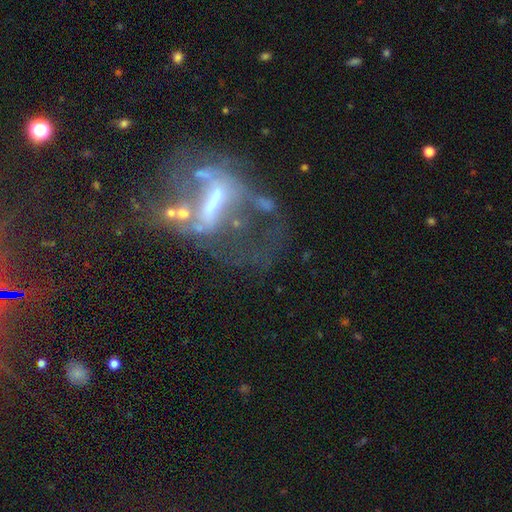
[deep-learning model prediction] A featured or disk galaxy (62%) with a strong bar (43%), no spiral arms (56%) and a small central bulge (34%).

Vote fractions:
- Smooth or featured? featured or disk: 62% / star or artifact: 26% / smooth: 12%
- Edge-on disk? no: 86% / yes: 14%
- Bar? strong: 43% / no: 29% / weak: 28%
- Spiral arms? no: 56% / yes: 44%
- Bulge size? small: 34% / moderate: 30% / none: 28% / large: 6% / dominant: 2%
- Merging? major disturbance: 39% / none: 33% / minor disturbance: 15% / merger: 13%